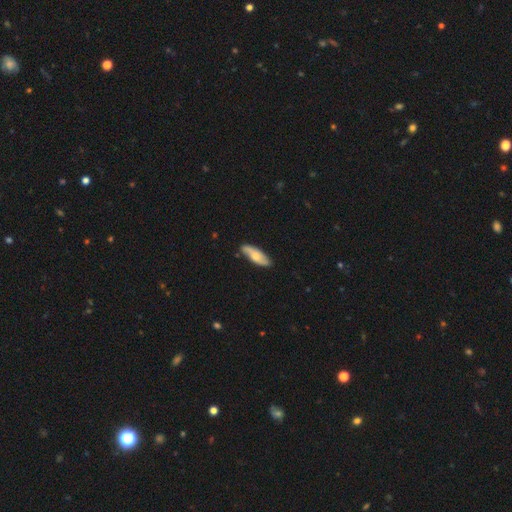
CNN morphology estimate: Smooth or featured? smooth (57%)
How rounded? in between (58%)
Merging? none (81%)